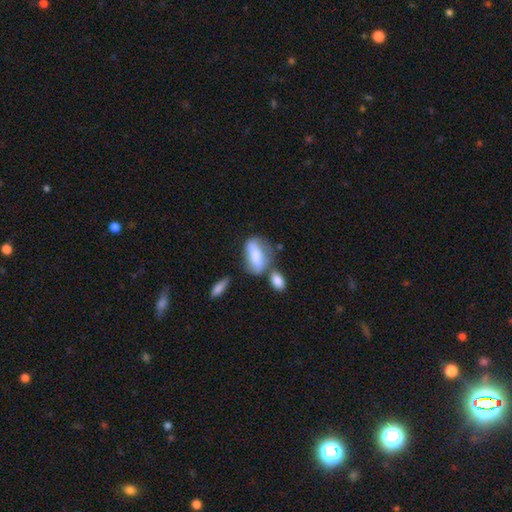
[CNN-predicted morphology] Smooth or featured? Predicted: smooth (p=0.65). How rounded? Predicted: in between (p=0.80). Merging? Predicted: none (p=0.38).